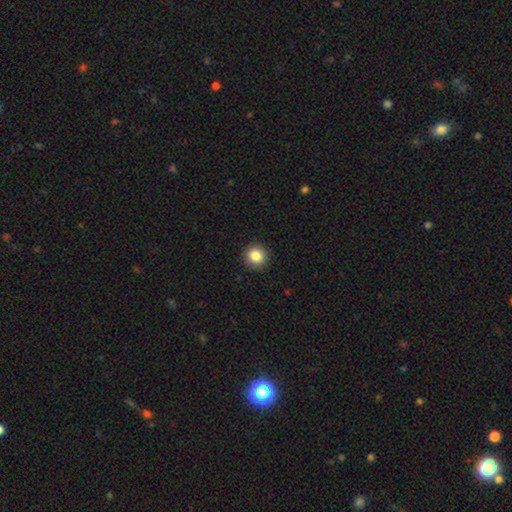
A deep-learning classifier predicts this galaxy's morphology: type=smooth (85%); roundness=round (94%); merging=none (92%).